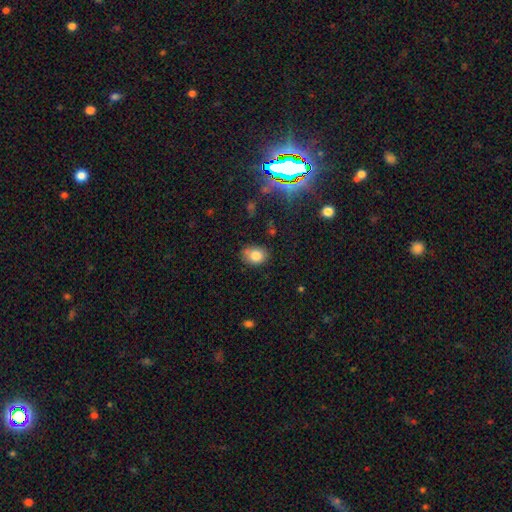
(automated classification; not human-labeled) Overall: smooth (81%). How rounded: in between (60%; round 39%). Merging: none (73%).